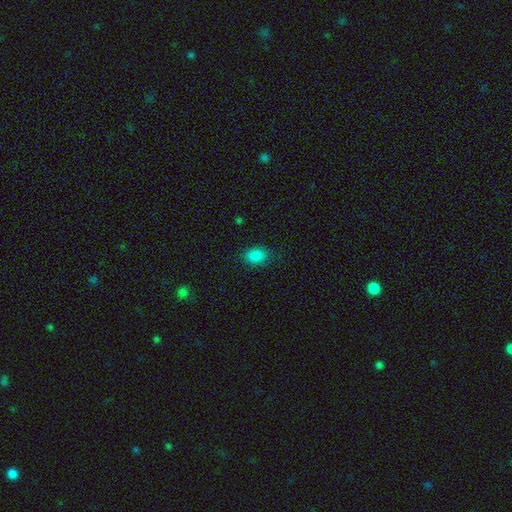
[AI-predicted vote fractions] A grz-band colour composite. It shows a smooth galaxy with no disk features (85%) that is in between round and cigar-shaped (72%). Merging: none (82%).